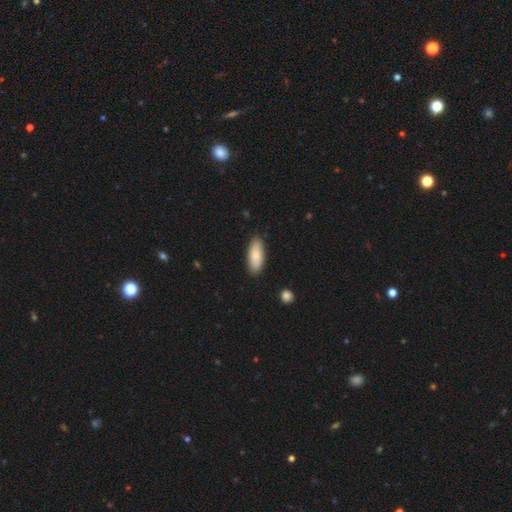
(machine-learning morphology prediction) A smooth galaxy with no disk features (84%) that is in between round and cigar-shaped (79%).

Vote fractions:
- Smooth or featured? smooth: 84% / featured or disk: 11% / star or artifact: 6%
- How rounded? in between: 79% / cigar-shaped: 19% / round: 2%
- Merging? none: 87% / minor disturbance: 9% / major disturbance: 2% / merger: 1%